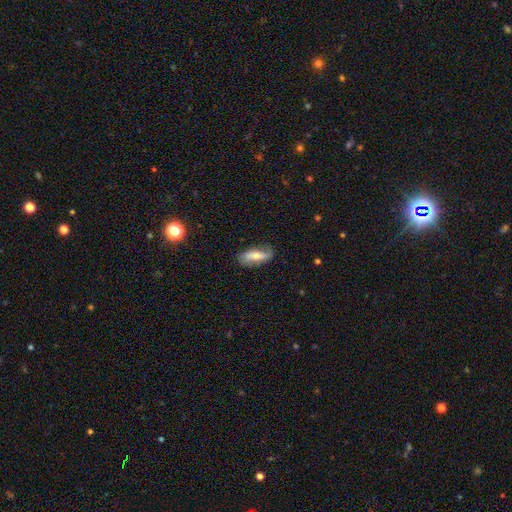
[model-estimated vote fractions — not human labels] This appears to be a smooth galaxy with no disk features (54%) that is in between round and cigar-shaped (66%). Merging: none (69%).